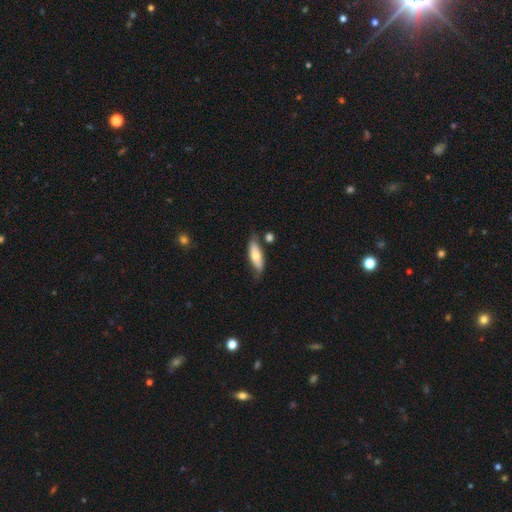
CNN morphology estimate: This is possibly a smooth galaxy (58%). How rounded: likely in between (65%). Merging: likely none (61%).